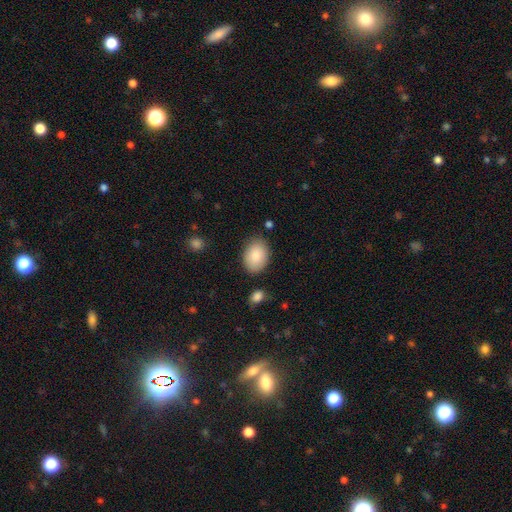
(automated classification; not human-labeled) Smooth or featured? Predicted: smooth (p=0.86). How rounded? Predicted: in between (p=0.79). Merging? Predicted: none (p=0.81).